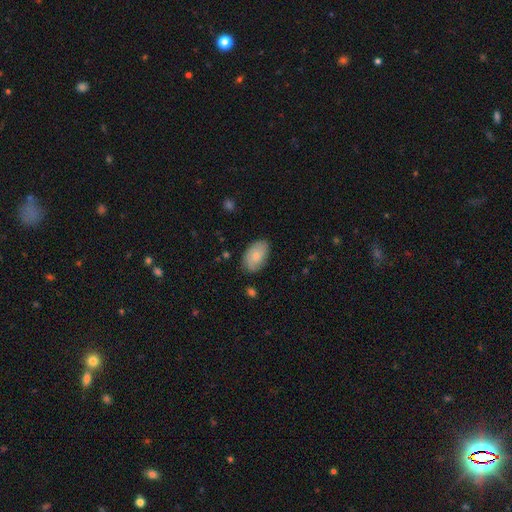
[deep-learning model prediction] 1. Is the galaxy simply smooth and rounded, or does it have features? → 75% smooth, 19% featured or disk, 6% star or artifact.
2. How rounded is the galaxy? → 92% in between, 7% round, 1% cigar-shaped.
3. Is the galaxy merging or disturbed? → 79% none, 16% minor disturbance, 3% major disturbance, 1% merger.